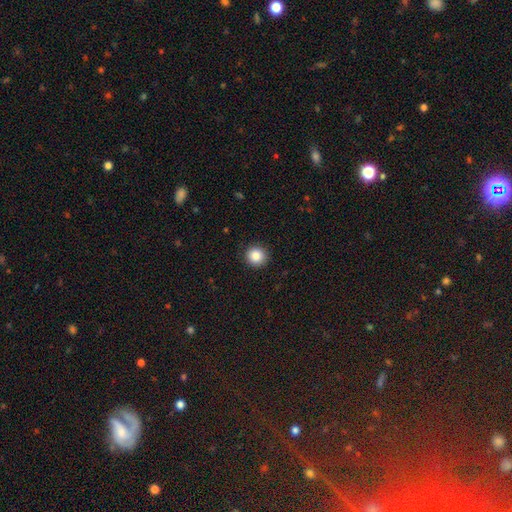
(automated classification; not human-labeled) This appears to be a smooth galaxy with no disk features (85%) that is round (93%). Merging: none (92%).